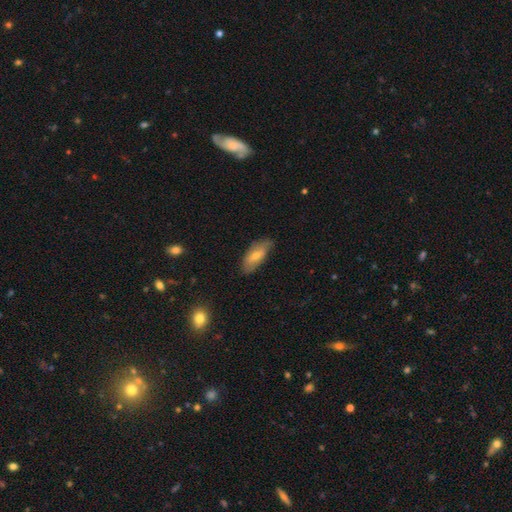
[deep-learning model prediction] This appears to be a smooth galaxy with no disk features (55%) that is in between round and cigar-shaped (73%). Merging: none (75%).